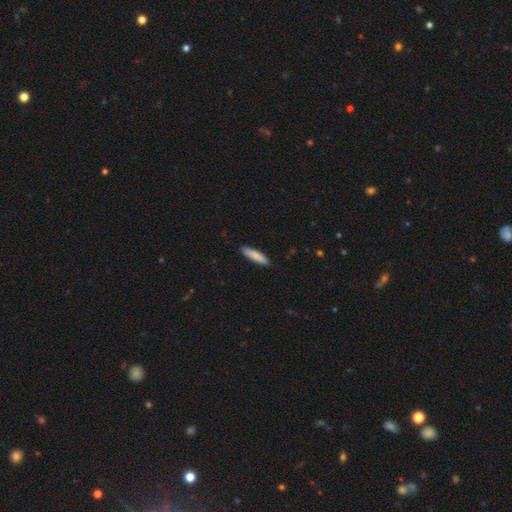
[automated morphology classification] This appears to be a smooth galaxy with no disk features (86%) that is cigar-shaped (78%). Merging: none (89%).